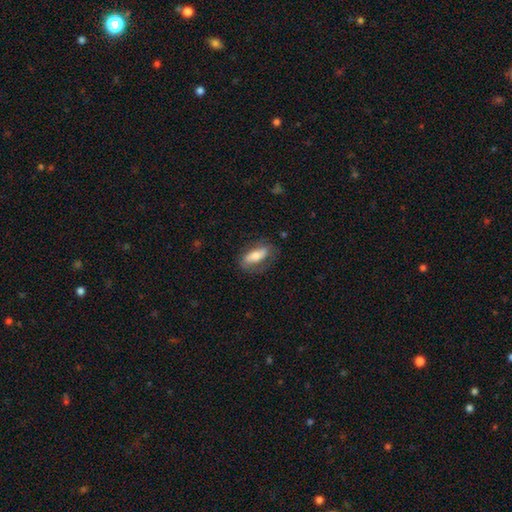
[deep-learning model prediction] Smooth or featured? smooth (58%)
How rounded? in between (73%)
Merging? none (69%)